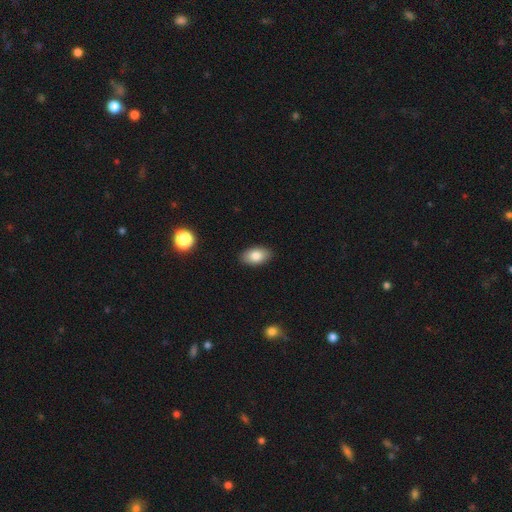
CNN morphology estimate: A smooth galaxy with no disk features (83%) that is in between round and cigar-shaped (93%).

Vote fractions:
- Smooth or featured? smooth: 83% / featured or disk: 9% / star or artifact: 8%
- How rounded? in between: 93% / round: 5% / cigar-shaped: 2%
- Merging? none: 89% / minor disturbance: 8% / major disturbance: 2% / merger: 1%